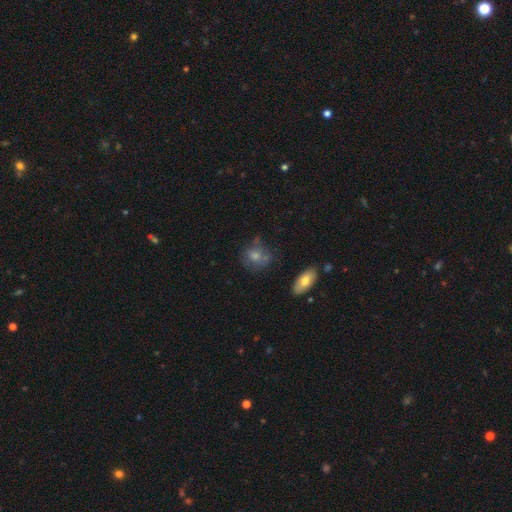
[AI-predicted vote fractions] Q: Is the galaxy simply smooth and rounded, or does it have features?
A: smooth — 58%.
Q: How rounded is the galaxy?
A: round — 70%.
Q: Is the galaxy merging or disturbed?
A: none — 65%.